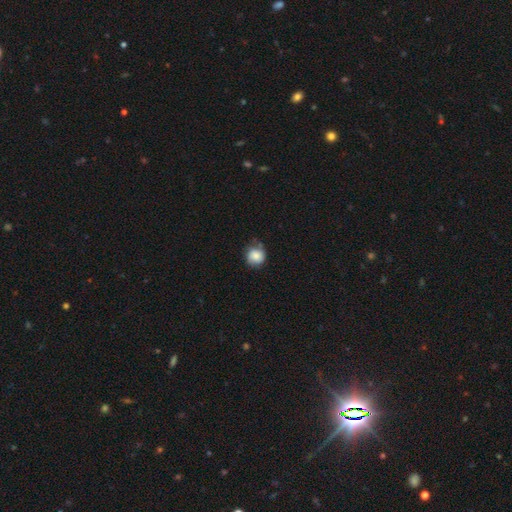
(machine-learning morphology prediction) A smooth galaxy with no disk features (81%) that is round (87%).

Vote fractions:
- Smooth or featured? smooth: 81% / featured or disk: 11% / star or artifact: 8%
- How rounded? round: 87% / in between: 12% / cigar-shaped: 1%
- Merging? none: 62% / minor disturbance: 29% / major disturbance: 7% / merger: 2%